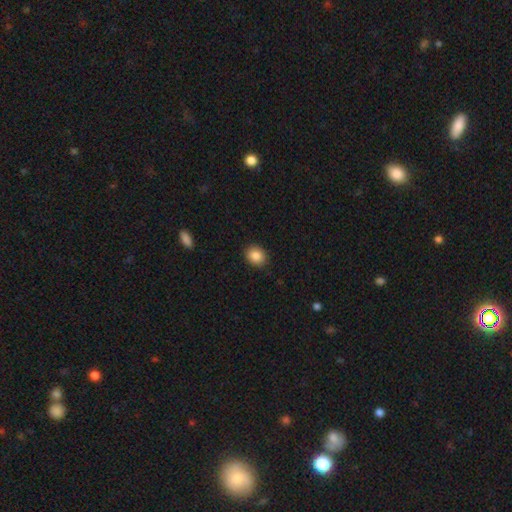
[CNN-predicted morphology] The model was most divided on "how rounded": round: 62%, in between: 37%, cigar-shaped: 1%. More confident: merging — none (89%); smooth or featured — smooth (86%).